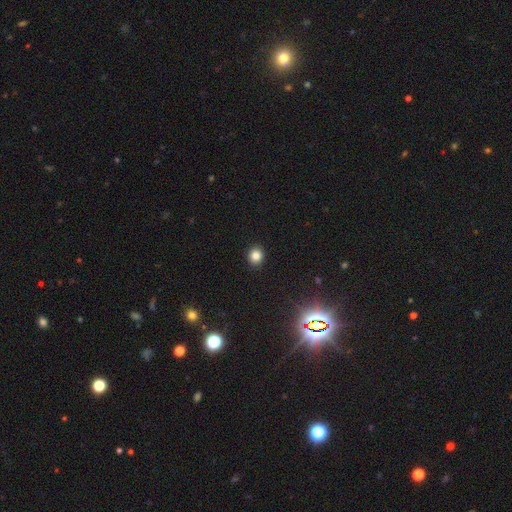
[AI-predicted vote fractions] smooth_or_featured: smooth (p=0.83) [alt: star or artifact p=0.13]
how_rounded: round (p=0.85) [alt: in between p=0.14]
merging: none (p=0.92) [alt: minor disturbance p=0.05]